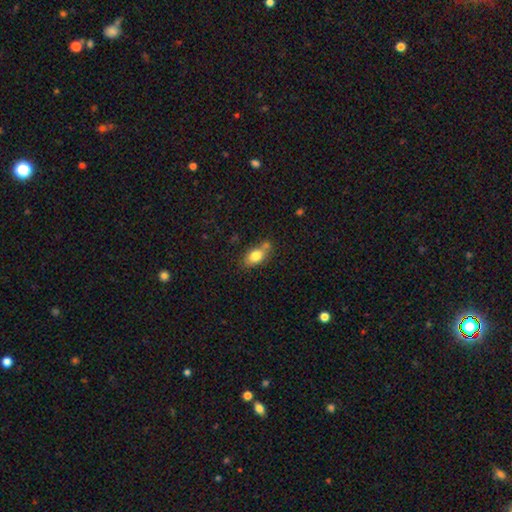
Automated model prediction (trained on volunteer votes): A smooth galaxy with no disk features (79%) that is in between round and cigar-shaped (82%).

Vote fractions:
- Smooth or featured? smooth: 79% / featured or disk: 13% / star or artifact: 8%
- How rounded? in between: 82% / round: 13% / cigar-shaped: 5%
- Merging? none: 53% / minor disturbance: 21% / merger: 20% / major disturbance: 6%